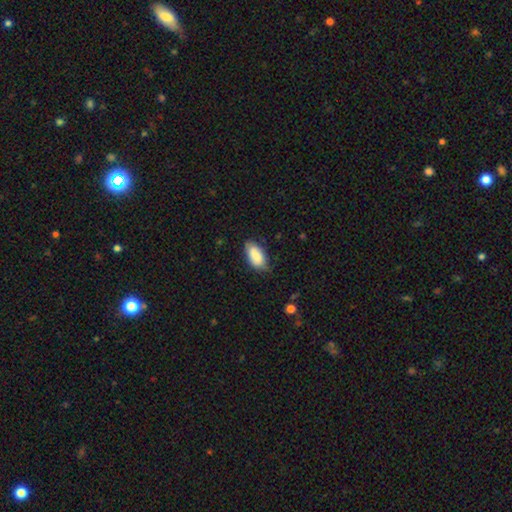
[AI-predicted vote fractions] A smooth galaxy with no disk features (86%) that is in between round and cigar-shaped (93%). Merging: none (70%).